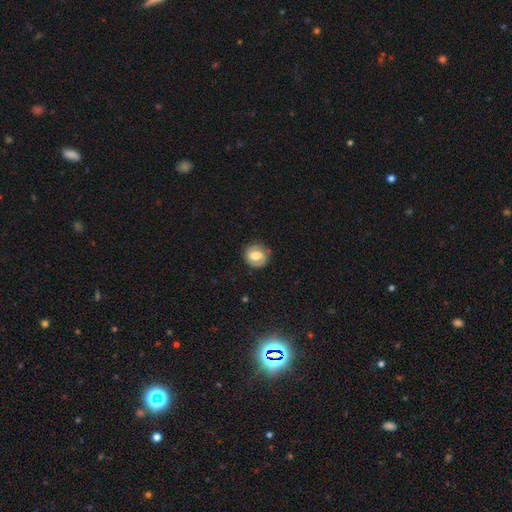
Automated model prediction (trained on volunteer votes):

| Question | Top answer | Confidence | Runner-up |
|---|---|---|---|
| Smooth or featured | smooth | 52% | featured or disk (40%) |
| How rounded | round | 79% | in between (20%) |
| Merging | none | 80% | minor disturbance (14%) |